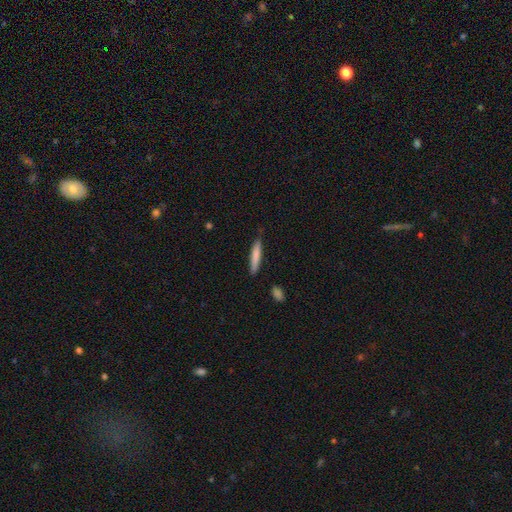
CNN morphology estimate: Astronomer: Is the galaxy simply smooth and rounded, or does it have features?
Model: smooth — 78%.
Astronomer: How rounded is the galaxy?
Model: cigar-shaped — 91%.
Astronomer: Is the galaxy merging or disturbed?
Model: none — 82%.